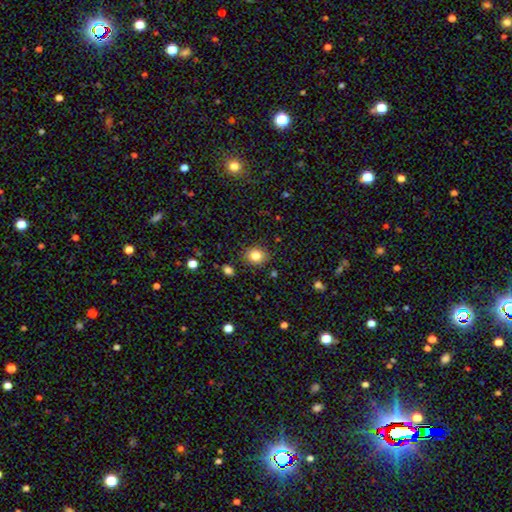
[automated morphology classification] This appears to be a smooth galaxy with no disk features (82%) that is round (68%). Merging: none (85%).